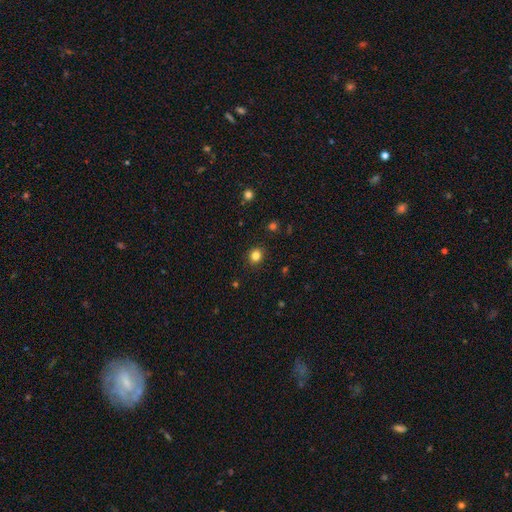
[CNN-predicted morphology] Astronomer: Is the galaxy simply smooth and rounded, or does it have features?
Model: smooth — 82%.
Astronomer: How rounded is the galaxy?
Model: round — 81%.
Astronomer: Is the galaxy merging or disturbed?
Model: none — 90%.